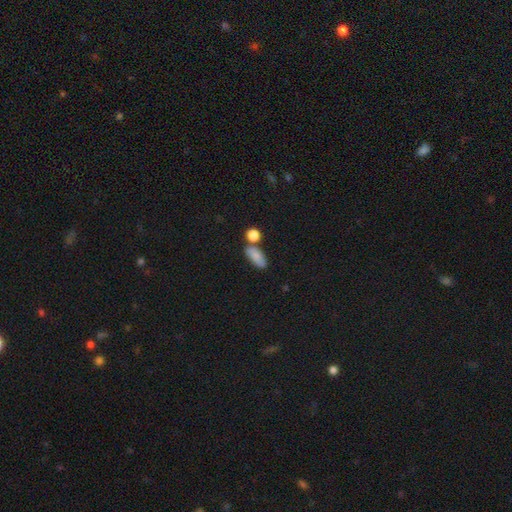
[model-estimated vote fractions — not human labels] smooth 82%, featured or disk 10%, star or artifact 8%. Down the decision tree: how rounded — in between (77%); merging — none (63%).